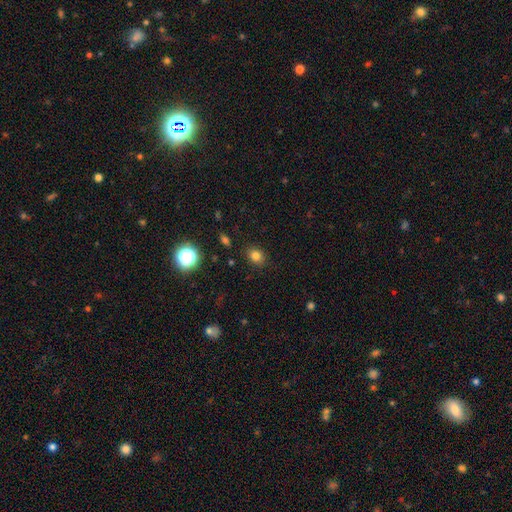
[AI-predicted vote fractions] A smooth galaxy with no disk features (79%) that is round (52%).

Vote fractions:
- Smooth or featured? smooth: 79% / star or artifact: 15% / featured or disk: 6%
- How rounded? round: 52% / in between: 47% / cigar-shaped: 1%
- Merging? none: 86% / minor disturbance: 10% / major disturbance: 3% / merger: 2%